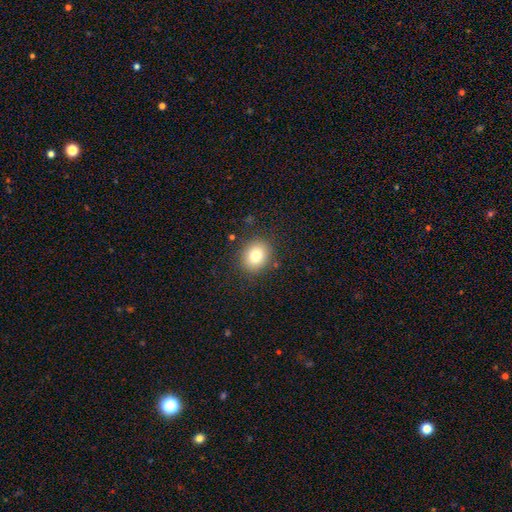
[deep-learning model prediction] Smooth or featured?
  - smooth: 80% *
  - star or artifact: 11%
  - featured or disk: 10%
How rounded?
  - round: 62% *
  - in between: 37%
  - cigar-shaped: 1%
Merging?
  - none: 86% *
  - minor disturbance: 10%
  - major disturbance: 3%
  - merger: 1%